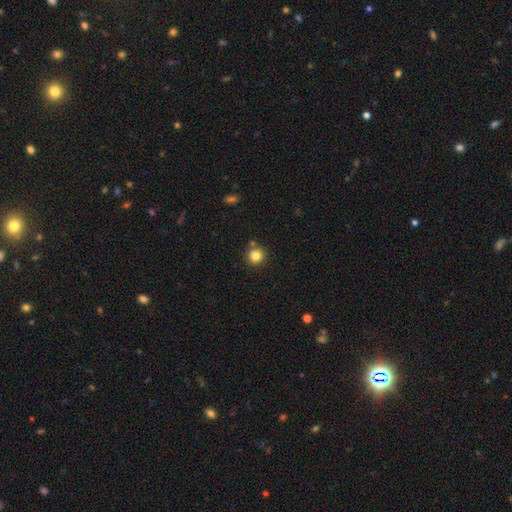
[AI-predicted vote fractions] smooth 82%, star or artifact 11%, featured or disk 6%. Down the decision tree: how rounded — round (93%); merging — none (82%).